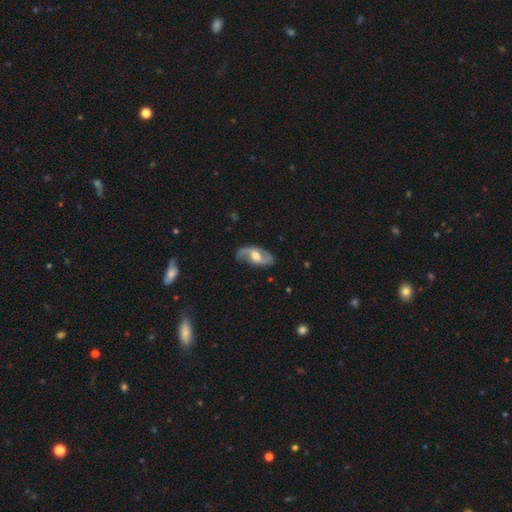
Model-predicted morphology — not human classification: The model was most divided on "spiral winding": medium: 45%, loose: 43%, tight: 12%. Remaining: edge-on disk — no (95%); spiral arms — yes (94%); spiral arm count — 2 (91%); smooth or featured — featured or disk (85%); merging — none (76%); bulge size — moderate (59%); bar — weak (47%).